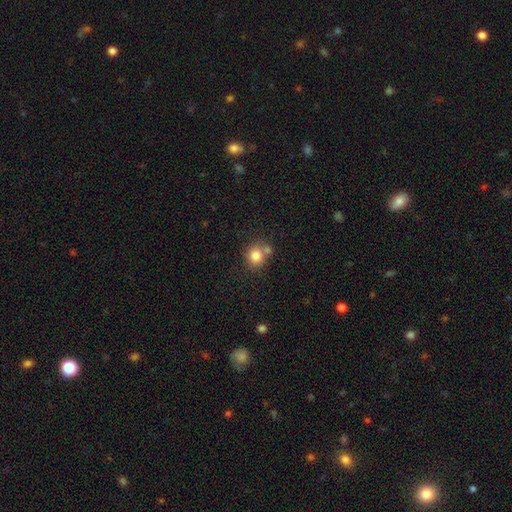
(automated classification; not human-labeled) Overall: smooth (81%). How rounded: round (82%). Merging: none (59%; merger 26%).